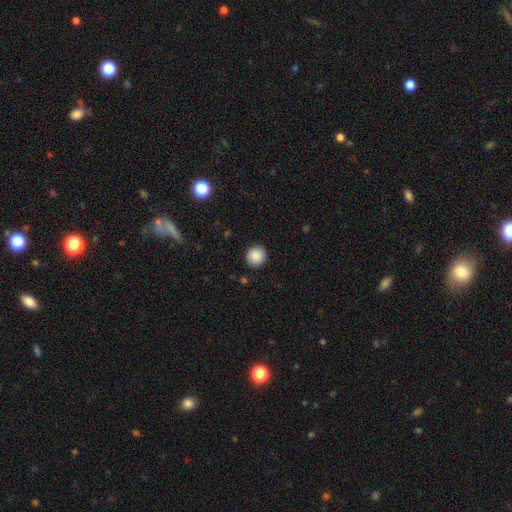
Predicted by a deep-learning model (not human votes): smooth-or-featured: smooth: 88% | star or artifact: 8% | featured or disk: 3%
  how-rounded: round: 93% | in between: 6% | cigar-shaped: 1%
  merging: none: 90% | minor disturbance: 7% | major disturbance: 2% | merger: 1%